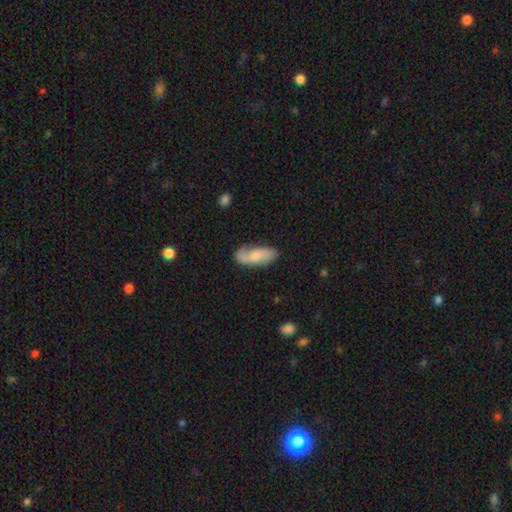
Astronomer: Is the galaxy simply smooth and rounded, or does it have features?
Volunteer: smooth — 55% (runner-up: featured or disk, 39%).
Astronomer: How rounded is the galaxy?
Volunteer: in between — 71%.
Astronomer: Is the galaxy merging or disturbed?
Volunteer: none — 56% (runner-up: minor disturbance, 36%).